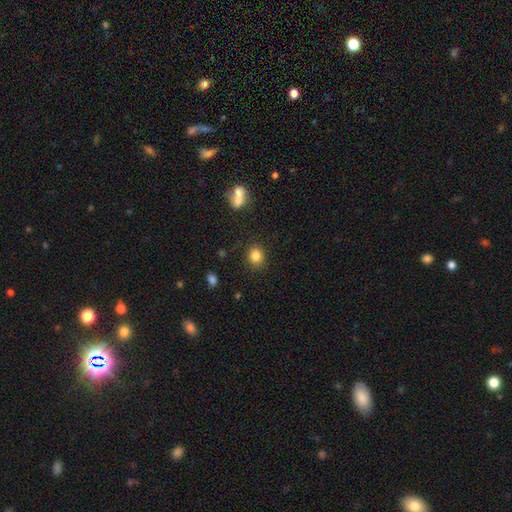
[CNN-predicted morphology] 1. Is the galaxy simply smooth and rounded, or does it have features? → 84% smooth, 10% star or artifact, 5% featured or disk.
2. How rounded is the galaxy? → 76% round, 23% in between, 1% cigar-shaped.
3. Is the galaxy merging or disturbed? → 87% none, 8% minor disturbance, 3% major disturbance, 2% merger.